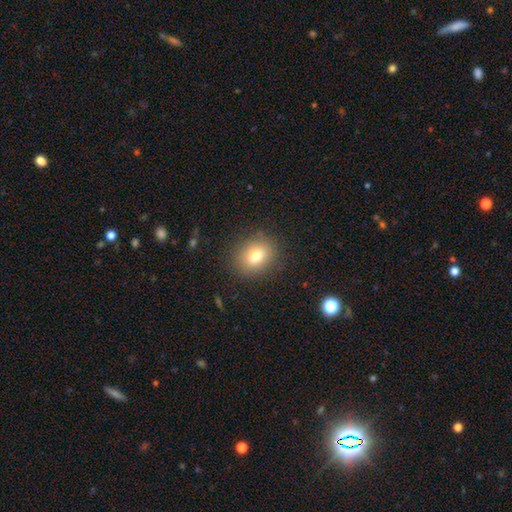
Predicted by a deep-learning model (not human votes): This appears to be a smooth galaxy with no disk features (78%) that is round (52%). Merging: none (85%).